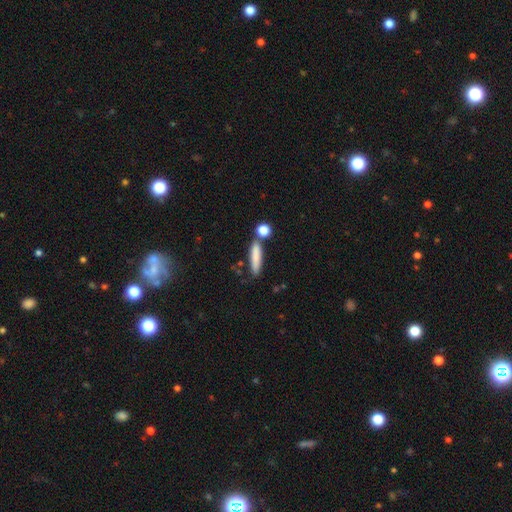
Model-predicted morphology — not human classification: Overall: smooth (80%). How rounded: cigar-shaped (77%). Merging: none (68%).